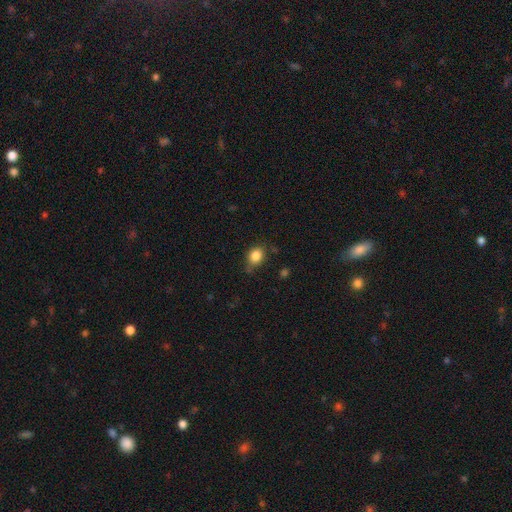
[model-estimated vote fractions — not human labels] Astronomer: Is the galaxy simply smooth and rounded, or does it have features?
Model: smooth — 84%.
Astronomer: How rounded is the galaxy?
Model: round — 52% (runner-up: in between, 47%).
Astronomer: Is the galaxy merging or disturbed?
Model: none — 70%.